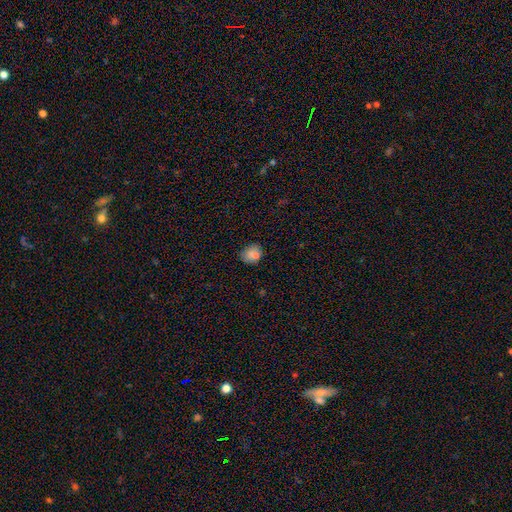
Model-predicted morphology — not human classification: The model was most divided on "how rounded": round: 57%, in between: 42%, cigar-shaped: 1%. More confident: smooth or featured — smooth (78%); merging — none (65%).